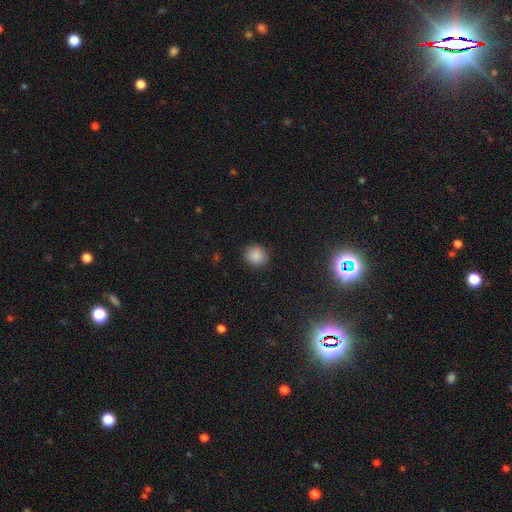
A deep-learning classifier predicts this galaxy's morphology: The model was most divided on "how rounded": round: 82%, in between: 17%, cigar-shaped: 1%. More confident: merging — none (88%); smooth or featured — smooth (86%).